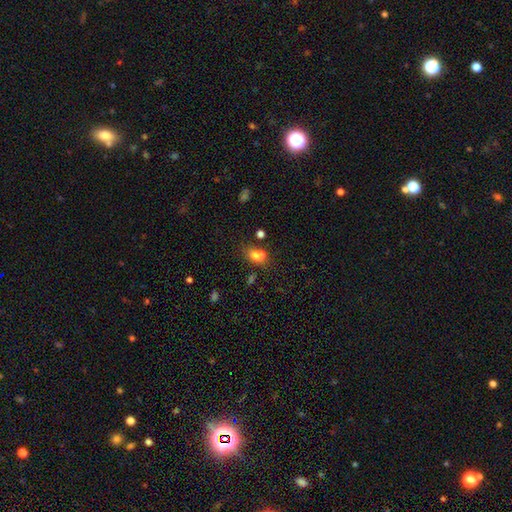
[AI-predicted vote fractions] Morphology: type=smooth (69%); roundness=in between (60%); merging=merger (51%).